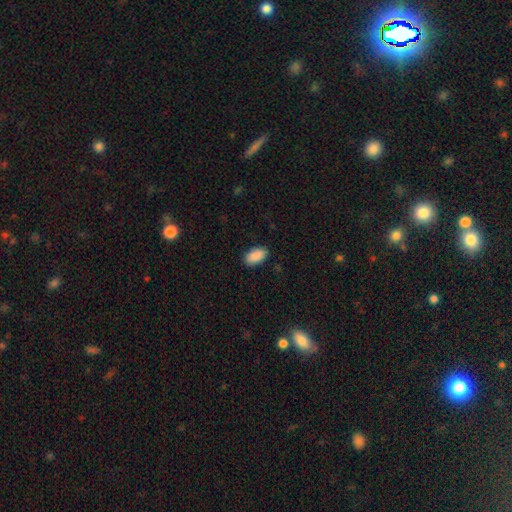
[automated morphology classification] smooth_or_featured: smooth (p=0.90) [alt: star or artifact p=0.07]
how_rounded: in between (p=0.94) [alt: round p=0.03]
merging: none (p=0.87) [alt: minor disturbance p=0.09]